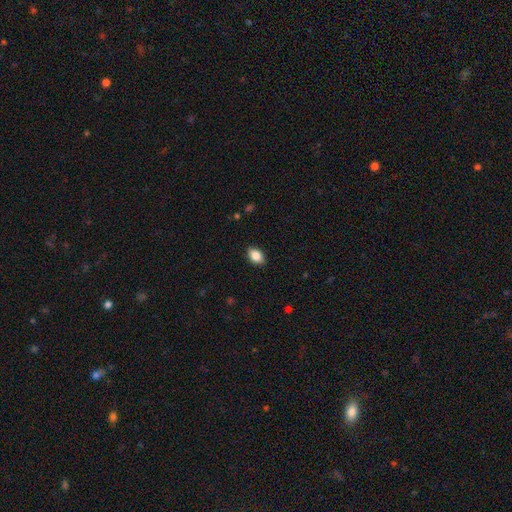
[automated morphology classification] Q: Smooth or featured?
A: smooth (85%); runner-up: star or artifact (8%)
Q: How rounded?
A: in between (87%); runner-up: round (11%)
Q: Merging?
A: none (87%); runner-up: minor disturbance (10%)